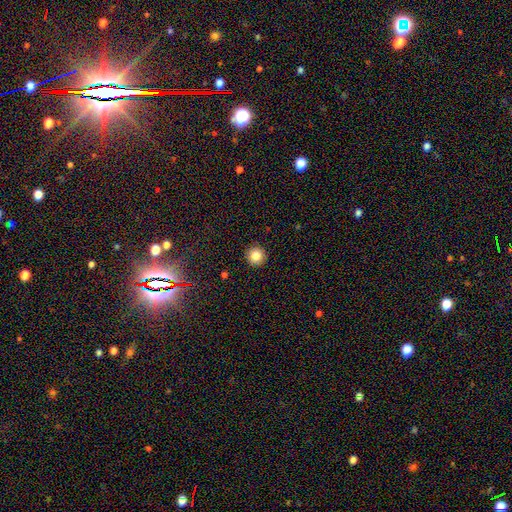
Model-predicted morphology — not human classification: Smooth or featured?
  - smooth: 83% *
  - star or artifact: 11%
  - featured or disk: 6%
How rounded?
  - round: 96% *
  - in between: 3%
  - cigar-shaped: 1%
Merging?
  - none: 93% *
  - minor disturbance: 4%
  - major disturbance: 2%
  - merger: 1%